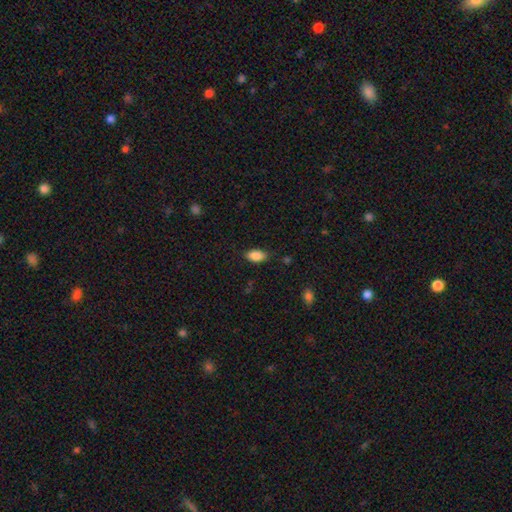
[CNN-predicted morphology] Smooth or featured? Predicted: smooth (p=0.87). How rounded? Predicted: in between (p=0.91). Merging? Predicted: none (p=0.77).